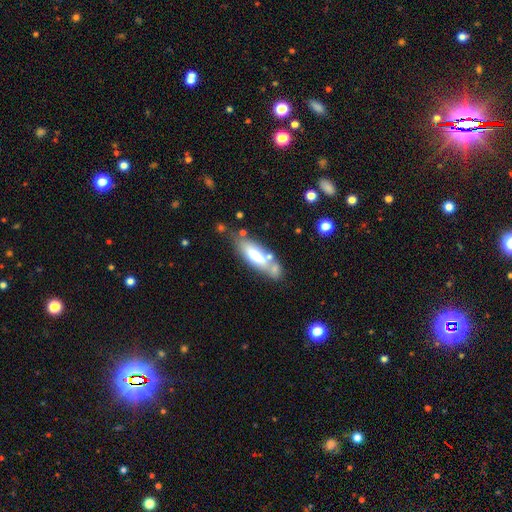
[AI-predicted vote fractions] Q: Smooth or featured?
A: smooth (64%); runner-up: featured or disk (30%)
Q: How rounded?
A: in between (57%); runner-up: cigar-shaped (41%)
Q: Merging?
A: none (51%); runner-up: merger (21%)